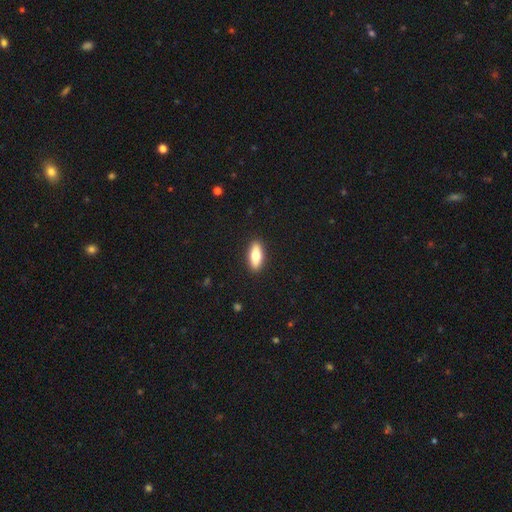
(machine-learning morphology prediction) Smooth or featured?
  - smooth: 71% *
  - featured or disk: 23%
  - star or artifact: 6%
How rounded?
  - in between: 68% *
  - cigar-shaped: 29%
  - round: 3%
Merging?
  - none: 91% *
  - minor disturbance: 6%
  - major disturbance: 2%
  - merger: 1%